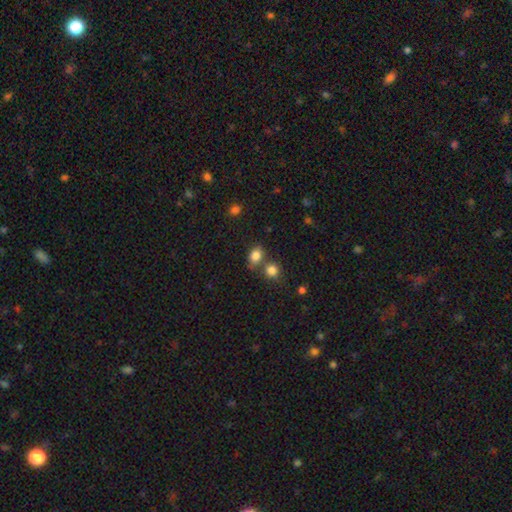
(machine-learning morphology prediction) smooth-or-featured: smooth: 83% | star or artifact: 11% | featured or disk: 6%
  how-rounded: in between: 66% | round: 32% | cigar-shaped: 2%
  merging: none: 57% | merger: 25% | minor disturbance: 14% | major disturbance: 5%